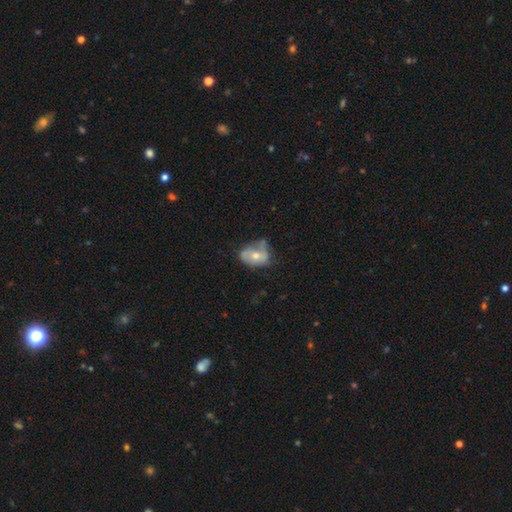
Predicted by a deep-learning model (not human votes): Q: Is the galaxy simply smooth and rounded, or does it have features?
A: featured or disk — 50%.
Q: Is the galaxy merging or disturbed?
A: none — 47%.